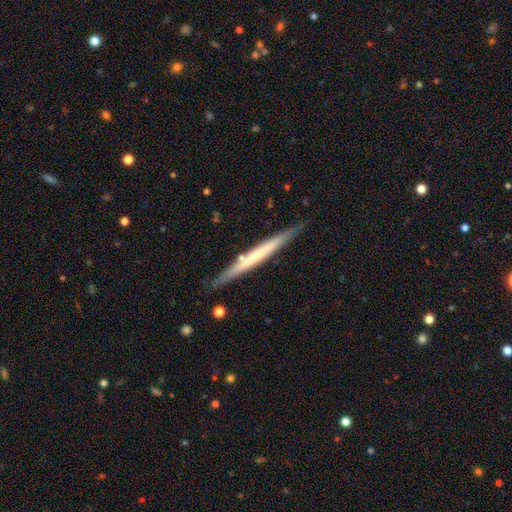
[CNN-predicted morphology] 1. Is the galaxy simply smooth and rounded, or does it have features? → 55% featured or disk, 40% smooth, 5% star or artifact.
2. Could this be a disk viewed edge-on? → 97% yes, 3% no.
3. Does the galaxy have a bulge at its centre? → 80% none, 12% rounded, 8% boxy.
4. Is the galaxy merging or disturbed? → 86% none, 10% minor disturbance, 2% merger, 2% major disturbance.